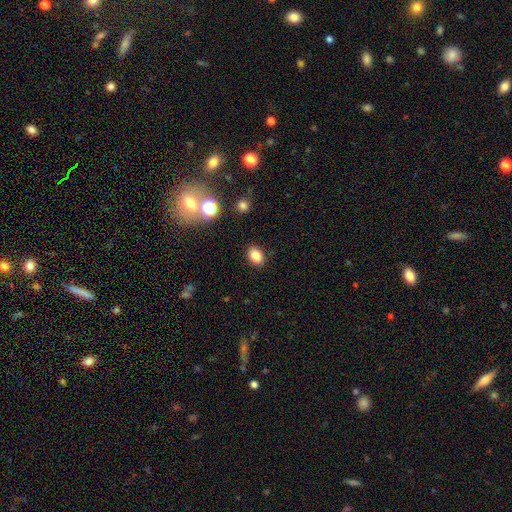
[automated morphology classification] smooth-or-featured: smooth: 83% | star or artifact: 11% | featured or disk: 6%
  how-rounded: in between: 79% | round: 20% | cigar-shaped: 1%
  merging: none: 87% | minor disturbance: 8% | major disturbance: 3% | merger: 2%